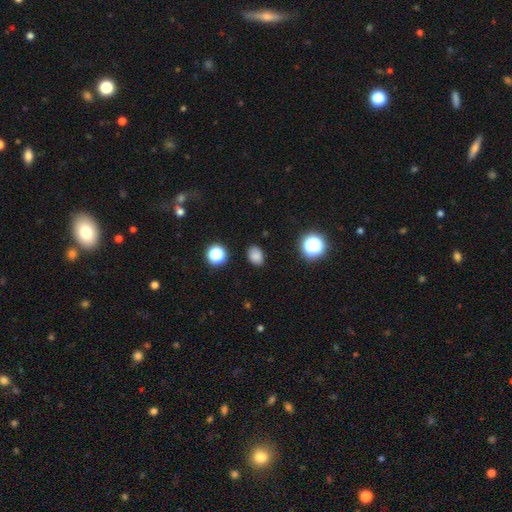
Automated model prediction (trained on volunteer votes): A smooth galaxy with no disk features (82%) that is in between round and cigar-shaped (70%). Merging: none (86%).